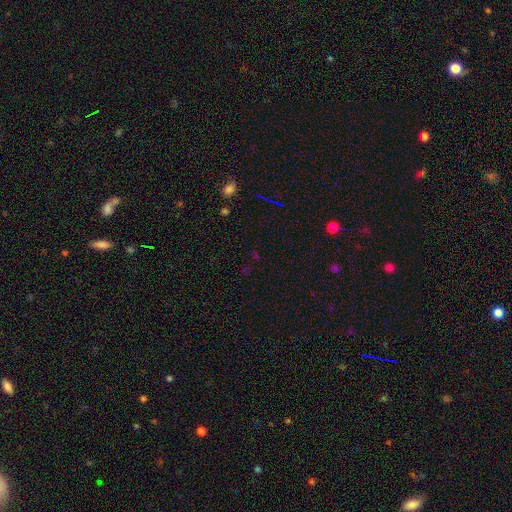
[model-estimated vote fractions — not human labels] A star or artifact, not a galaxy (68%).